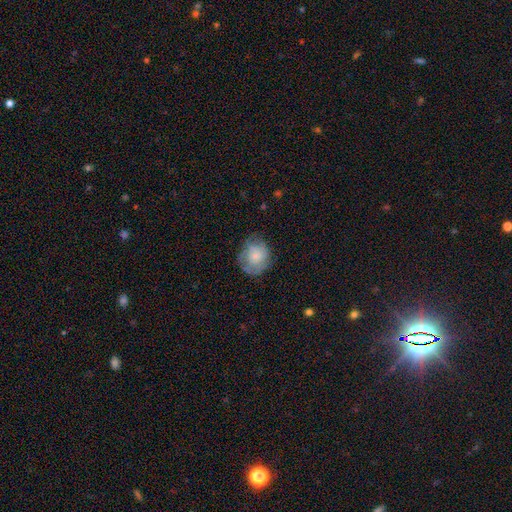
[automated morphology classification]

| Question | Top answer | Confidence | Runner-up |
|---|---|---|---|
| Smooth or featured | smooth | 65% | featured or disk (28%) |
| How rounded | round | 74% | in between (25%) |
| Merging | none | 64% | minor disturbance (25%) |